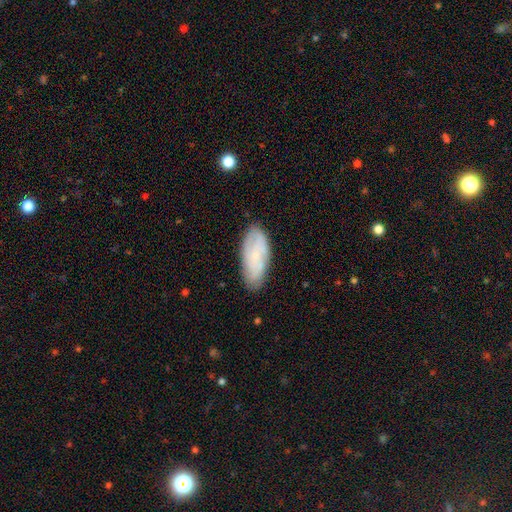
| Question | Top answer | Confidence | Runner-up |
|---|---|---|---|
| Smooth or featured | smooth | 51% | featured or disk (36%) |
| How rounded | in between | 70% | cigar-shaped (30%) |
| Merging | none | 65% | minor disturbance (26%) |